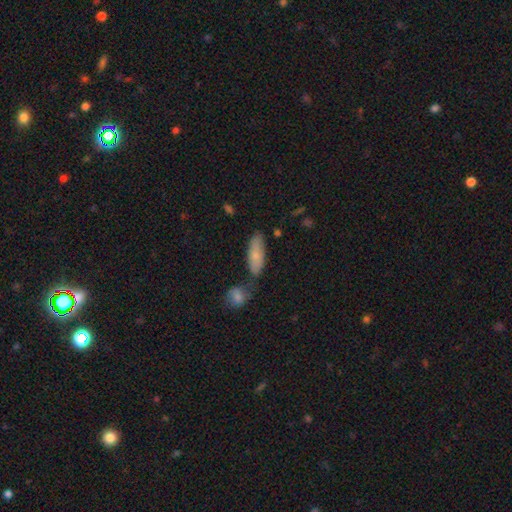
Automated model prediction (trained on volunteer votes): Smooth or featured? smooth (77%)
How rounded? in between (68%)
Merging? none (61%)